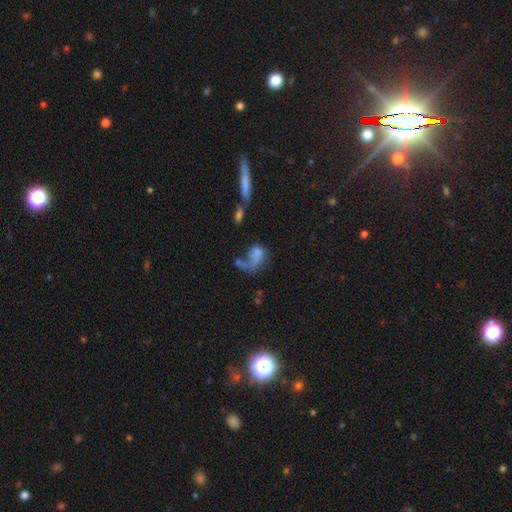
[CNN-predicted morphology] Smooth or featured?
  - smooth: 57% *
  - featured or disk: 32%
  - star or artifact: 11%
How rounded?
  - in between: 74% *
  - round: 23%
  - cigar-shaped: 3%
Merging?
  - major disturbance: 41% *
  - merger: 24%
  - none: 22%
  - minor disturbance: 13%